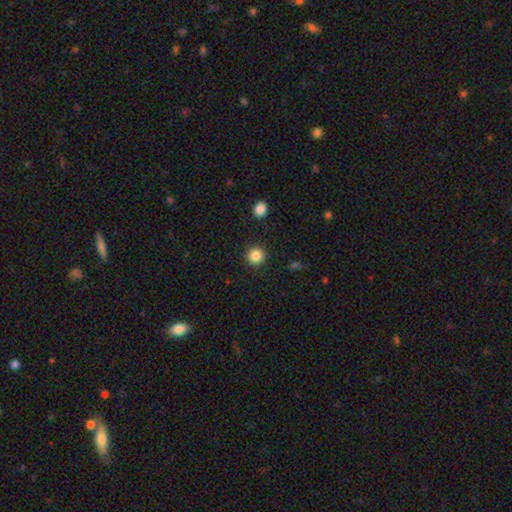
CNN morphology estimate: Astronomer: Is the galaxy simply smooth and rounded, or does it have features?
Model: smooth — 86%.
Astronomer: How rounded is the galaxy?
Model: round — 94%.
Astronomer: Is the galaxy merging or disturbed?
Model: none — 91%.